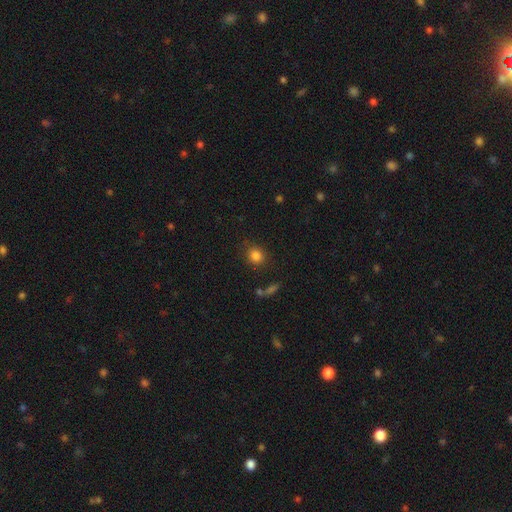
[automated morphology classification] A smooth galaxy with no disk features (84%) that is round (79%). Merging: none (82%).